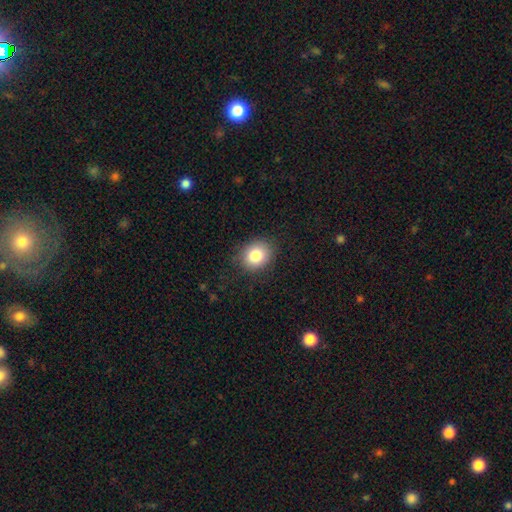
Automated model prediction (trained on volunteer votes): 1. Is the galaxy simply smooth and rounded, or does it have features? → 83% smooth, 9% star or artifact, 8% featured or disk.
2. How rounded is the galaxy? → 59% round, 40% in between, 1% cigar-shaped.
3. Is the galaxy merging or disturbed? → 84% none, 11% minor disturbance, 3% major disturbance, 1% merger.